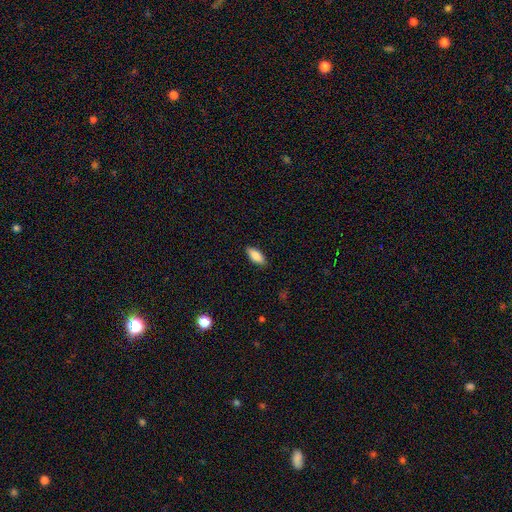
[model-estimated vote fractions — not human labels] This is clearly a smooth galaxy (83%). How rounded: clearly in between (81%). Merging: clearly none (88%).